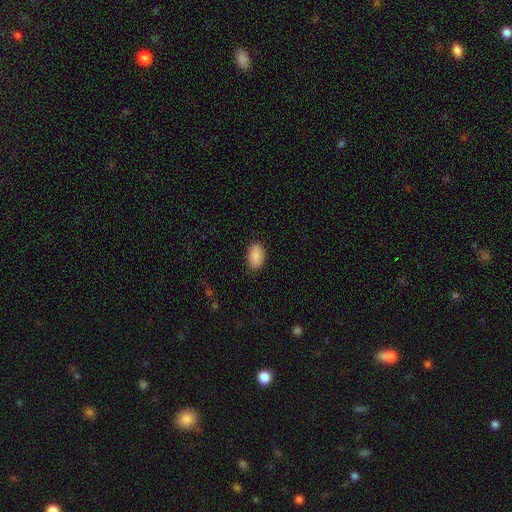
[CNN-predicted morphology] Smooth or featured? Predicted: smooth (p=0.89). How rounded? Predicted: in between (p=0.92). Merging? Predicted: none (p=0.86).